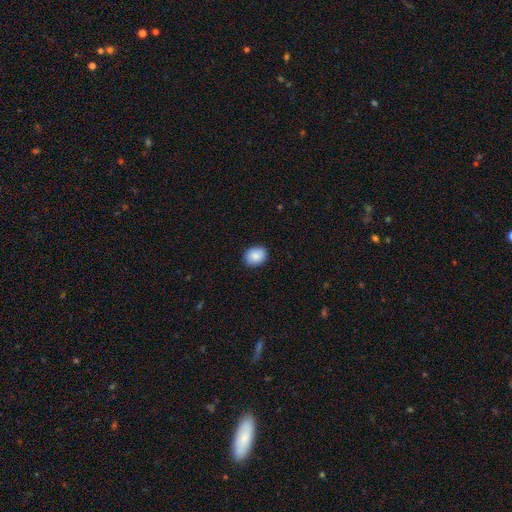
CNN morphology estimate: This is clearly a smooth galaxy (88%). How rounded: possibly in between (54%). Merging: clearly none (88%).